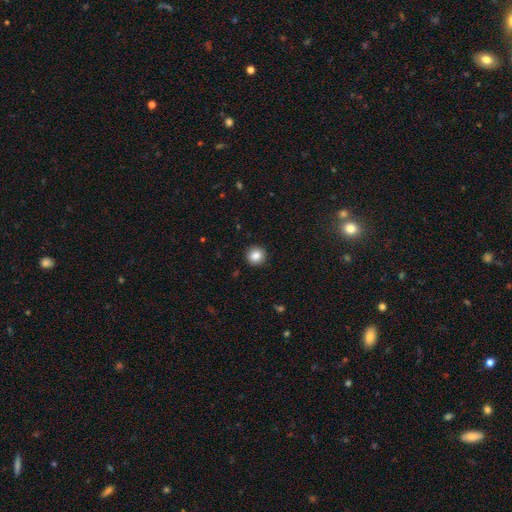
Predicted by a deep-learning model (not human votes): A smooth galaxy with no disk features (86%) that is round (91%). Merging: none (92%).